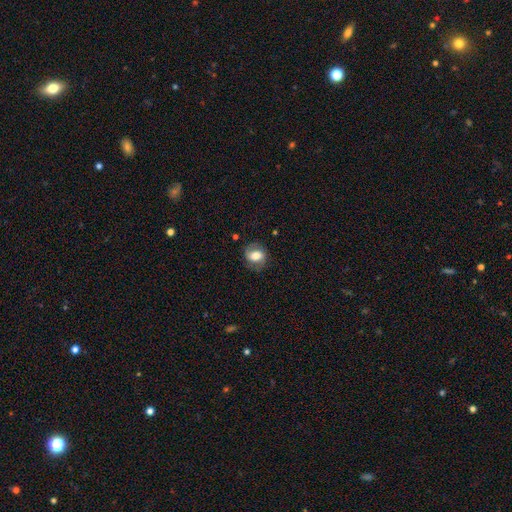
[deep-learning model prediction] The model was most divided on "how rounded": round: 52%, in between: 46%, cigar-shaped: 1%. More confident: merging — none (74%); smooth or featured — smooth (52%).